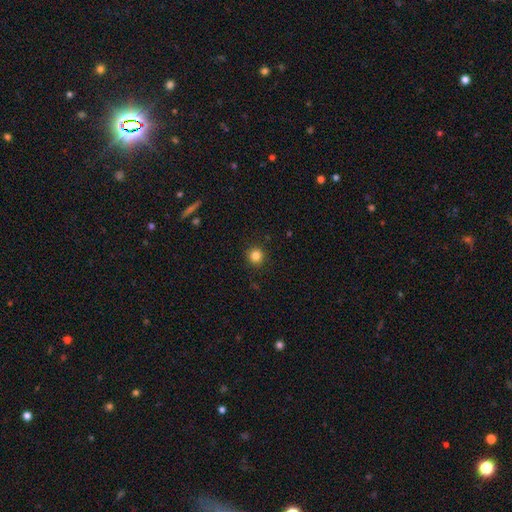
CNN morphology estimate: smooth-or-featured: smooth: 84% | star or artifact: 12% | featured or disk: 4%
  how-rounded: round: 93% | in between: 6% | cigar-shaped: 1%
  merging: none: 91% | minor disturbance: 6% | major disturbance: 2% | merger: 1%